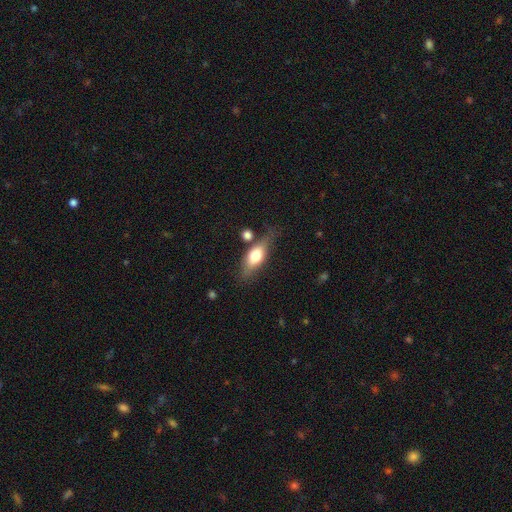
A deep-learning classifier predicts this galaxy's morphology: smooth_or_featured: smooth (p=0.59) [alt: featured or disk p=0.34]
how_rounded: in between (p=0.67) [alt: cigar-shaped p=0.27]
merging: none (p=0.63) [alt: minor disturbance p=0.21]